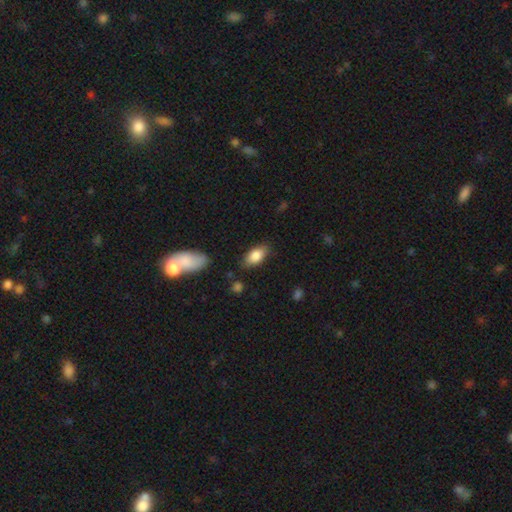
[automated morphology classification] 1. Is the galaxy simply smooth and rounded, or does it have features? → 83% smooth, 10% featured or disk, 7% star or artifact.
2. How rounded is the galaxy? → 90% in between, 5% cigar-shaped, 4% round.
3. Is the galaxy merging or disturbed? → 82% none, 13% minor disturbance, 3% major disturbance, 2% merger.